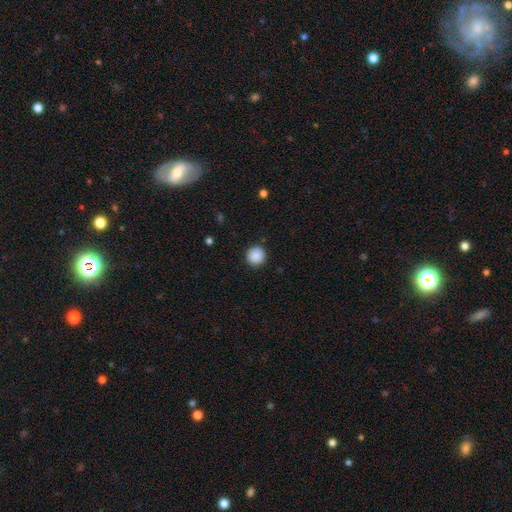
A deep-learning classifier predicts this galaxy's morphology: Q: Smooth or featured?
A: smooth (89%); runner-up: star or artifact (9%)
Q: How rounded?
A: round (93%); runner-up: in between (6%)
Q: Merging?
A: none (91%); runner-up: minor disturbance (6%)